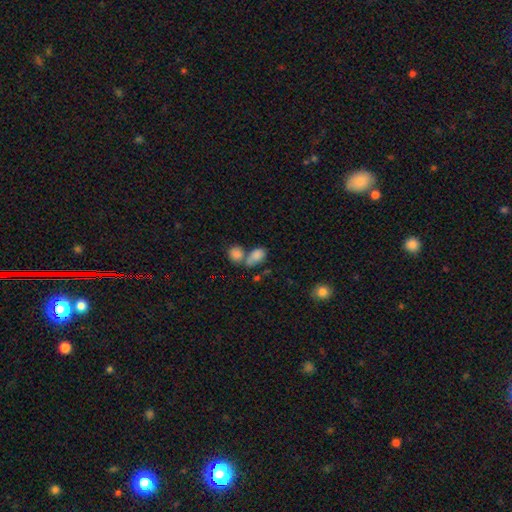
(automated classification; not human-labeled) Smooth or featured? Predicted: smooth (p=0.82). How rounded? Predicted: in between (p=0.84). Merging? Predicted: merger (p=0.52).